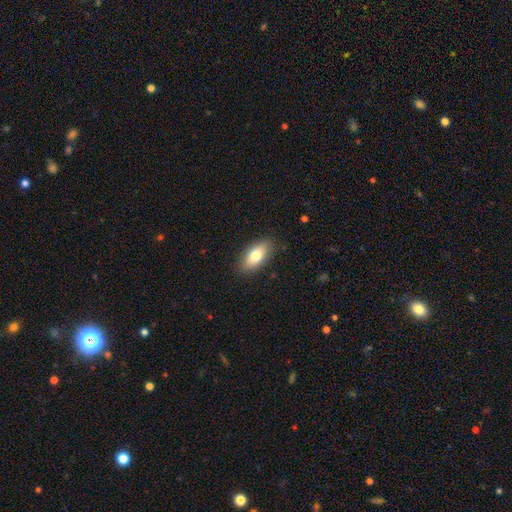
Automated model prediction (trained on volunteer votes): smooth 76%, featured or disk 17%, star or artifact 7%. Down the decision tree: how rounded — in between (86%); merging — none (87%).